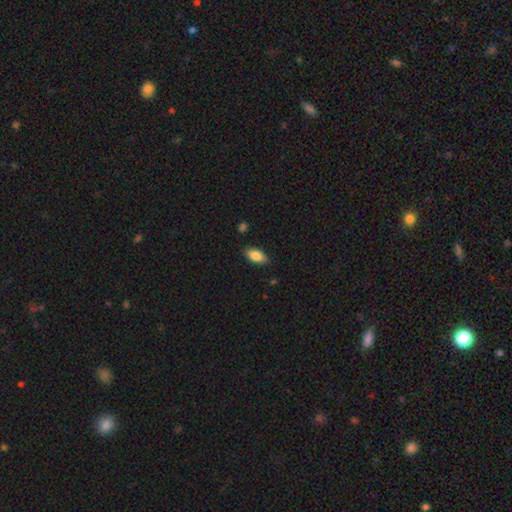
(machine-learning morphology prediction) This is clearly a smooth galaxy (83%). How rounded: clearly in between (90%). Merging: clearly none (85%).